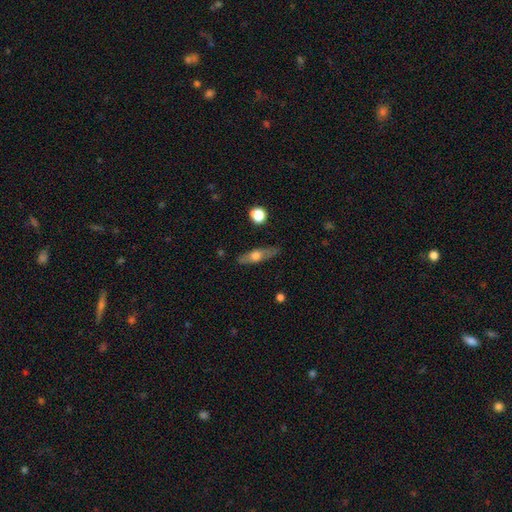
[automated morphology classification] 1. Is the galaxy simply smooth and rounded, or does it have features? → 48% smooth, 46% featured or disk, 7% star or artifact.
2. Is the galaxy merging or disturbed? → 80% none, 15% minor disturbance, 4% major disturbance, 2% merger.